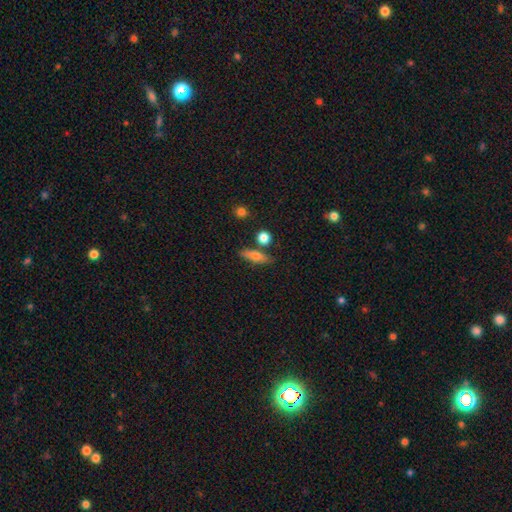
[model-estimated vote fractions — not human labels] Smooth or featured: smooth — 70% (featured or disk — 22%)
How rounded: cigar-shaped — 47% (in between — 45%)
Merging: none — 73% (minor disturbance — 14%)